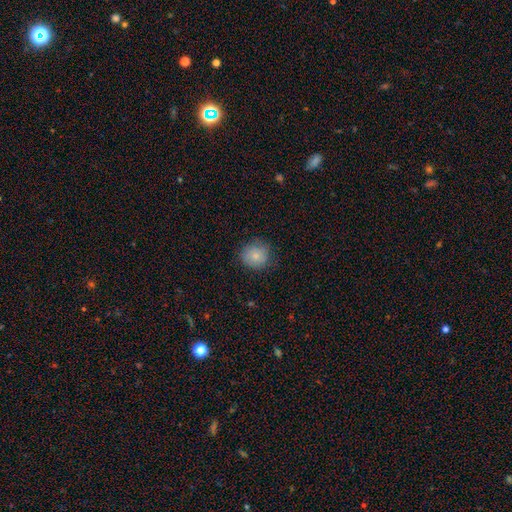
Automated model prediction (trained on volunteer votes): Smooth or featured: smooth — 83% (star or artifact — 9%)
How rounded: round — 83% (in between — 16%)
Merging: none — 78% (minor disturbance — 17%)